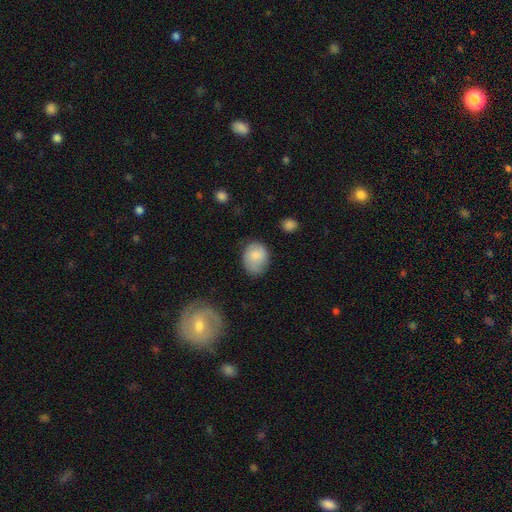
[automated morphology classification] Overall: smooth (78%). How rounded: round (51%; in between 48%). Merging: none (66%).